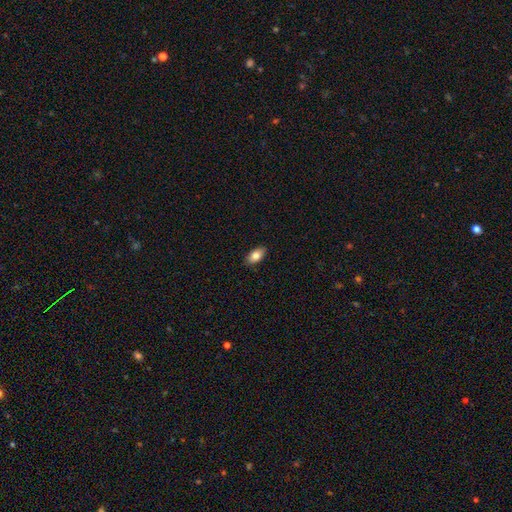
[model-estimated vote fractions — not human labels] Smooth or featured: smooth — 81% (featured or disk — 12%)
How rounded: in between — 92% (round — 4%)
Merging: none — 89% (minor disturbance — 9%)